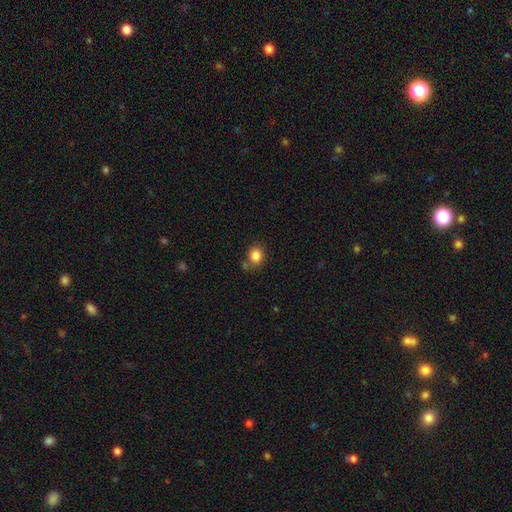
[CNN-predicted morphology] type=smooth (84%); roundness=round (64%); merging=none (73%).